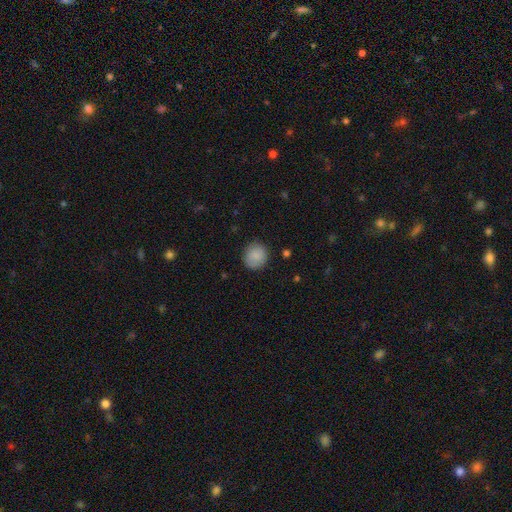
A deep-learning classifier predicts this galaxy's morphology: Smooth or featured: smooth — 88% (star or artifact — 7%)
How rounded: round — 88% (in between — 11%)
Merging: none — 88% (minor disturbance — 9%)